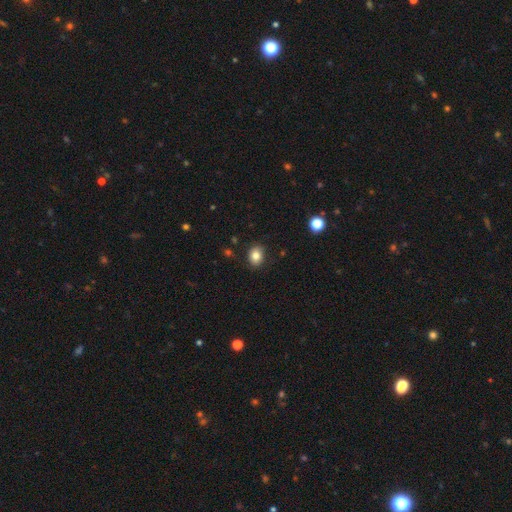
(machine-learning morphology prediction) smooth_or_featured: smooth (p=0.82) [alt: star or artifact p=0.10]
how_rounded: in between (p=0.54) [alt: round p=0.45]
merging: none (p=0.86) [alt: minor disturbance p=0.10]